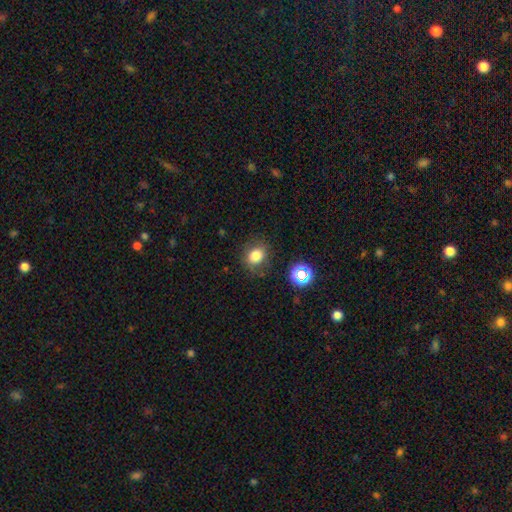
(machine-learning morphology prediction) Overall: smooth (77%). How rounded: round (58%; in between 41%). Merging: none (77%).